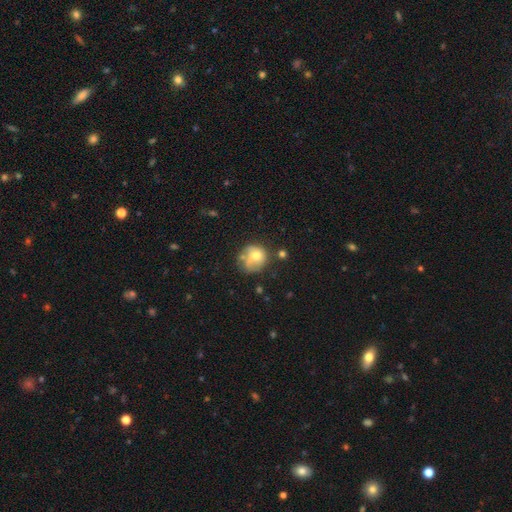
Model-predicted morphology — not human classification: Smooth or featured? smooth (63%)
How rounded? round (73%)
Merging? none (41%)